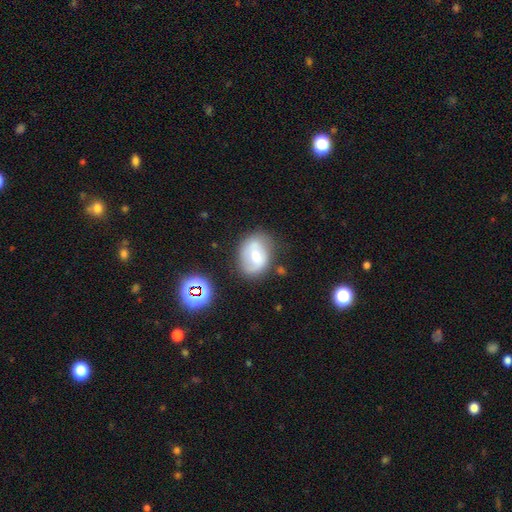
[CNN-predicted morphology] A smooth galaxy with no disk features (47%).

Vote fractions:
- Smooth or featured? smooth: 47% / featured or disk: 44% / star or artifact: 9%
- Merging? none: 65% / minor disturbance: 23% / major disturbance: 8% / merger: 4%